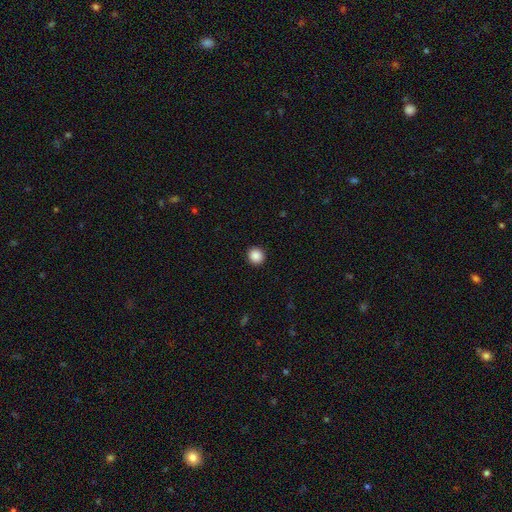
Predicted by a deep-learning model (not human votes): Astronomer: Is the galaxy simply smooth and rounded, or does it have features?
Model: smooth — 88%.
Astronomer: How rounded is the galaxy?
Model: round — 92%.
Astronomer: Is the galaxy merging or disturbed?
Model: none — 93%.